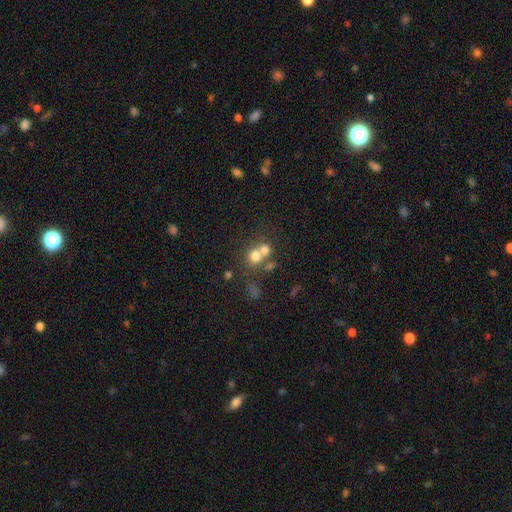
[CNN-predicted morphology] This appears to be a smooth galaxy with no disk features (69%) that is round (80%). Merging: merger (52%).